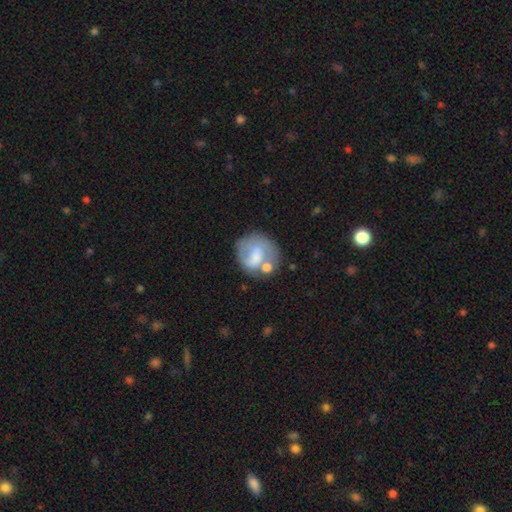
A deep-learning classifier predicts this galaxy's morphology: Q: Smooth or featured?
A: featured or disk (47%); runner-up: smooth (45%)
Q: Merging?
A: none (46%); runner-up: minor disturbance (20%)